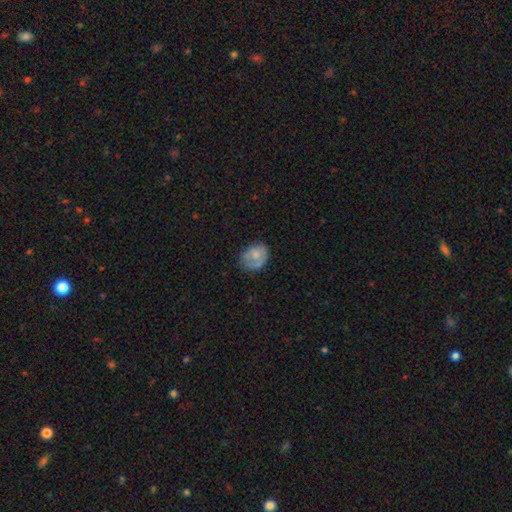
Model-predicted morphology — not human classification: Smooth or featured: smooth — 64% (featured or disk — 28%)
How rounded: in between — 56% (round — 43%)
Merging: none — 54% (minor disturbance — 29%)